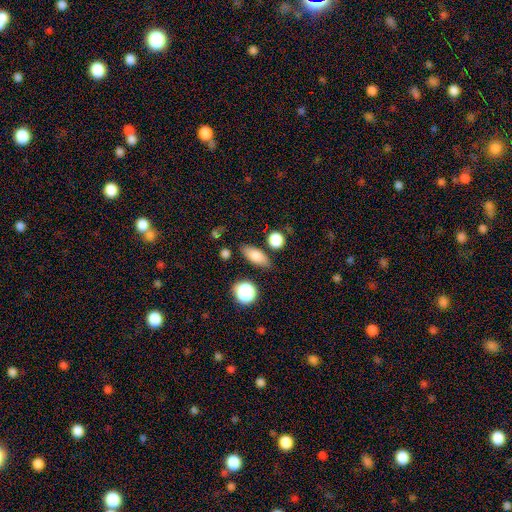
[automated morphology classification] smooth_or_featured: smooth (p=0.77) [alt: featured or disk p=0.12]
how_rounded: in between (p=0.70) [alt: cigar-shaped p=0.20]
merging: none (p=0.82) [alt: minor disturbance p=0.11]